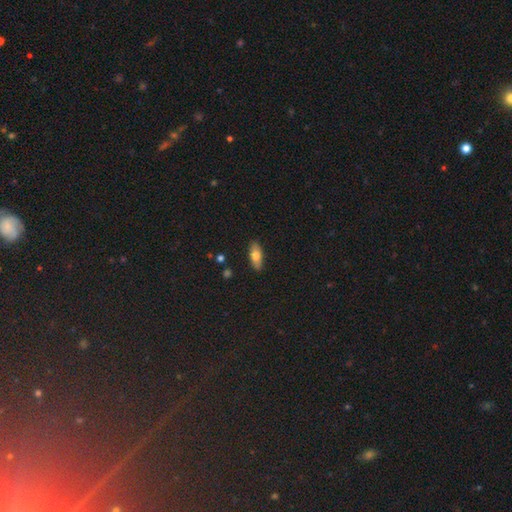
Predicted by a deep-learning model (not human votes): This appears to be a smooth galaxy with no disk features (70%) that is in between round and cigar-shaped (76%). Merging: none (88%).